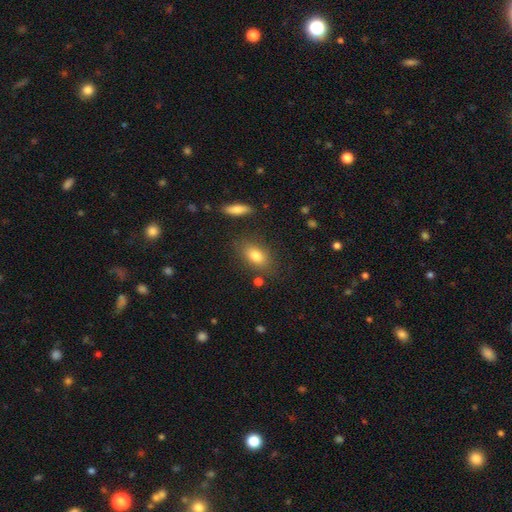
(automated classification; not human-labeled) Smooth or featured: smooth — 80% (featured or disk — 11%)
How rounded: in between — 83% (round — 13%)
Merging: none — 78% (minor disturbance — 13%)